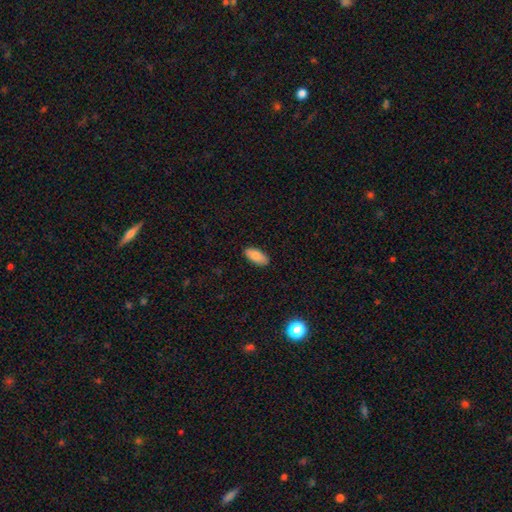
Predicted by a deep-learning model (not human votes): This is clearly a smooth galaxy (84%). How rounded: clearly in between (90%). Merging: clearly none (88%).